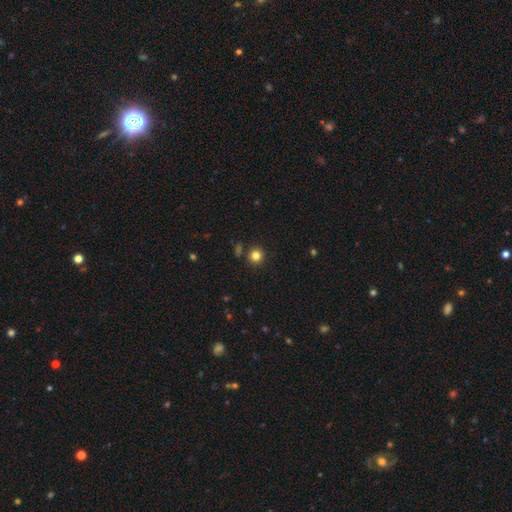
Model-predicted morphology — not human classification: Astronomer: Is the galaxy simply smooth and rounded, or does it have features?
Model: smooth — 81%.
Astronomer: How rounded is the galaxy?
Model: round — 92%.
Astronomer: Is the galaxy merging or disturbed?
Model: none — 88%.